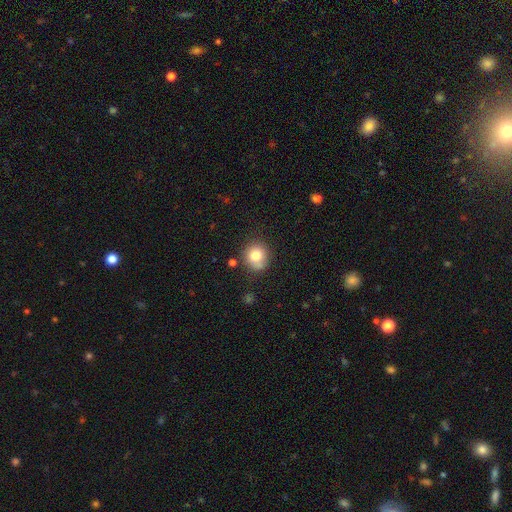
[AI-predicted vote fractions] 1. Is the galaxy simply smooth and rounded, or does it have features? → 79% smooth, 11% star or artifact, 11% featured or disk.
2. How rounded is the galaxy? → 84% round, 15% in between, 1% cigar-shaped.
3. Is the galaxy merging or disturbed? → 70% none, 18% minor disturbance, 8% merger, 5% major disturbance.